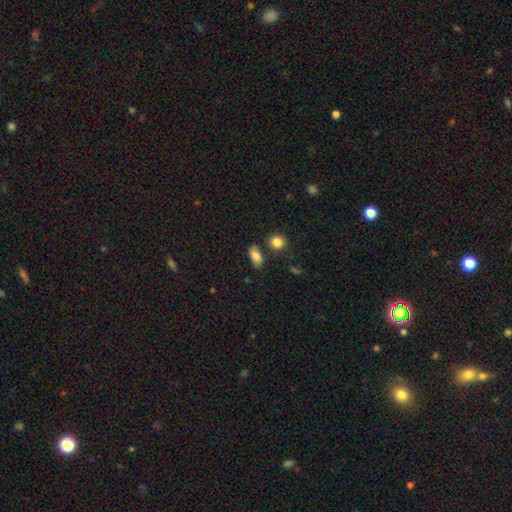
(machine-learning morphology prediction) Q: Smooth or featured?
A: smooth (84%); runner-up: star or artifact (8%)
Q: How rounded?
A: in between (88%); runner-up: round (8%)
Q: Merging?
A: none (76%); runner-up: minor disturbance (13%)